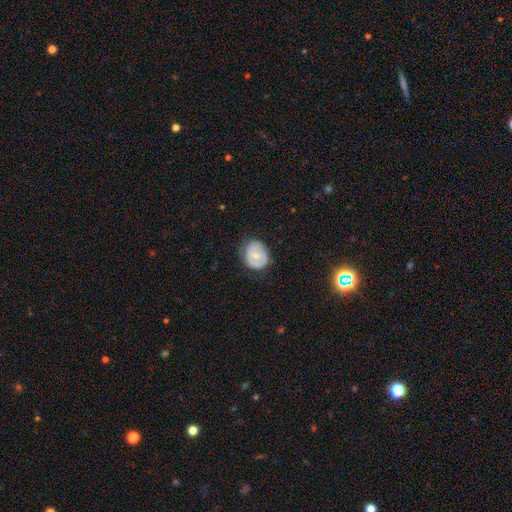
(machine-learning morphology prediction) smooth 56%, featured or disk 38%, star or artifact 7%. Down the decision tree: how rounded — round (59%); merging — none (71%).